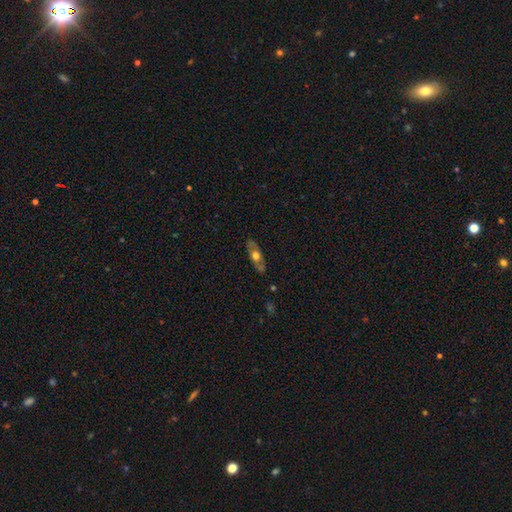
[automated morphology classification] The model was most divided on "smooth or featured": featured or disk: 48%, smooth: 46%, star or artifact: 6%. More confident: merging — none (83%).